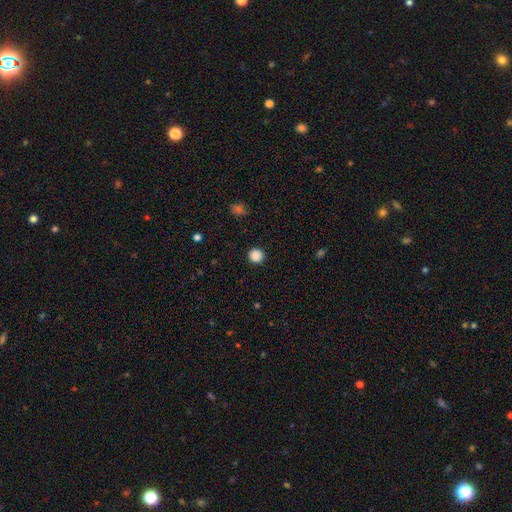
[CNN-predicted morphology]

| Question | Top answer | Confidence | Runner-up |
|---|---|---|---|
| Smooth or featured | smooth | 87% | star or artifact (10%) |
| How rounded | round | 95% | in between (4%) |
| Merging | none | 92% | minor disturbance (5%) |